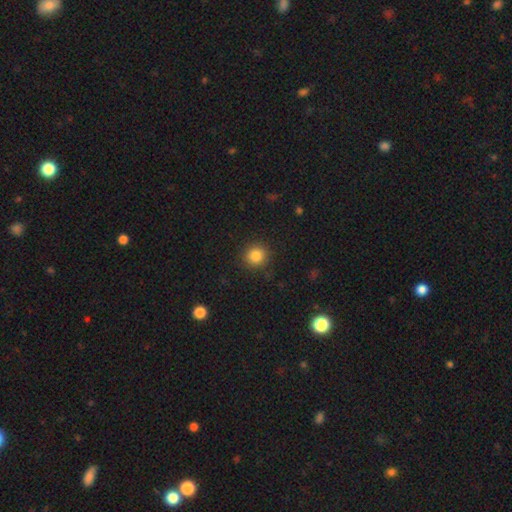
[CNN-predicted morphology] Smooth or featured? smooth (84%)
How rounded? round (92%)
Merging? none (90%)